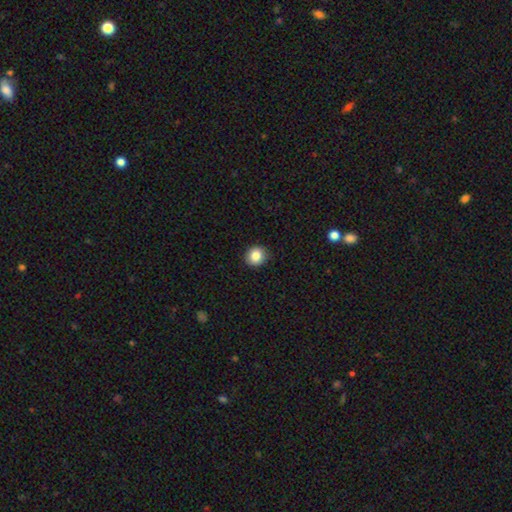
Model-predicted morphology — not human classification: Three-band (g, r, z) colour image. It shows a smooth galaxy with no disk features (85%) that is round (87%). Merging: none (90%).